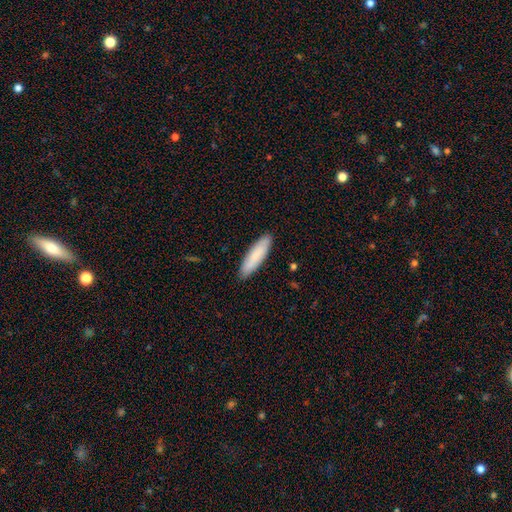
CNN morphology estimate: The model was most divided on "how rounded": cigar-shaped: 68%, in between: 30%, round: 1%. More confident: merging — none (89%); smooth or featured — smooth (83%).